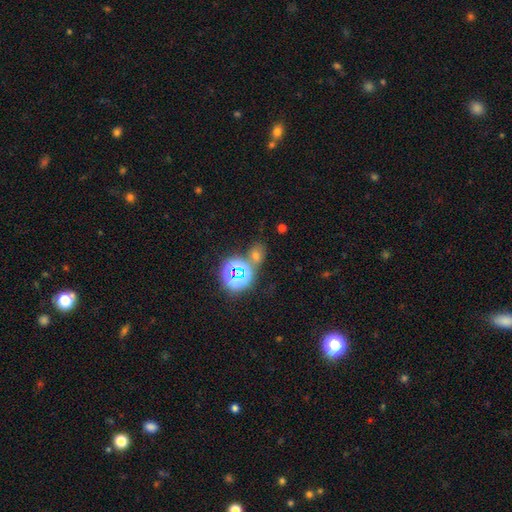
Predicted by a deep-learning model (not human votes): A smooth galaxy with no disk features (47%).

Vote fractions:
- Smooth or featured? smooth: 47% / star or artifact: 44% / featured or disk: 9%
- Merging? none: 66% / merger: 17% / minor disturbance: 11% / major disturbance: 5%